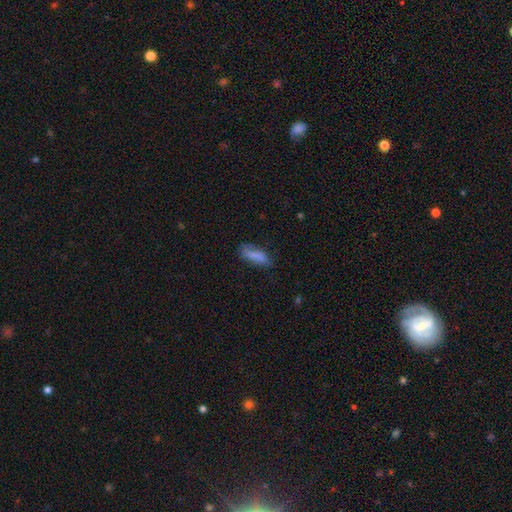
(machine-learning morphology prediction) Smooth or featured? Predicted: smooth (p=0.75). How rounded? Predicted: in between (p=0.65). Merging? Predicted: none (p=0.59).